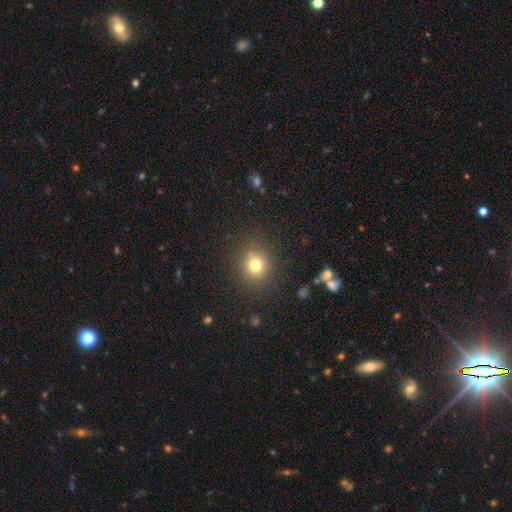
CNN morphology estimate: smooth_or_featured: smooth (p=0.62) [alt: star or artifact p=0.31]
how_rounded: round (p=0.80) [alt: in between p=0.19]
merging: none (p=0.90) [alt: minor disturbance p=0.06]